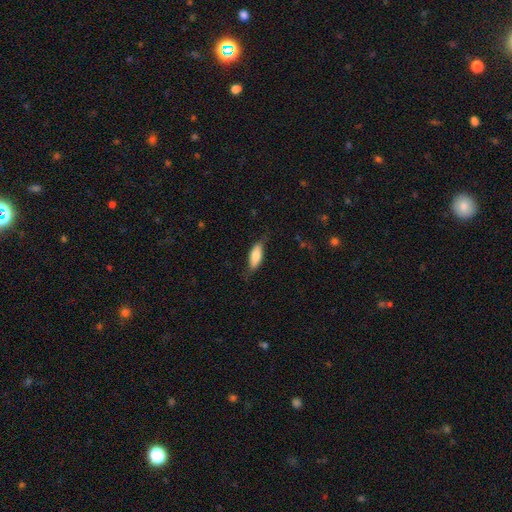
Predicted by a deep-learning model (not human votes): A smooth galaxy with no disk features (75%) that is in between round and cigar-shaped (73%).

Vote fractions:
- Smooth or featured? smooth: 75% / featured or disk: 19% / star or artifact: 6%
- How rounded? in between: 73% / cigar-shaped: 25% / round: 2%
- Merging? none: 68% / minor disturbance: 24% / major disturbance: 7% / merger: 1%